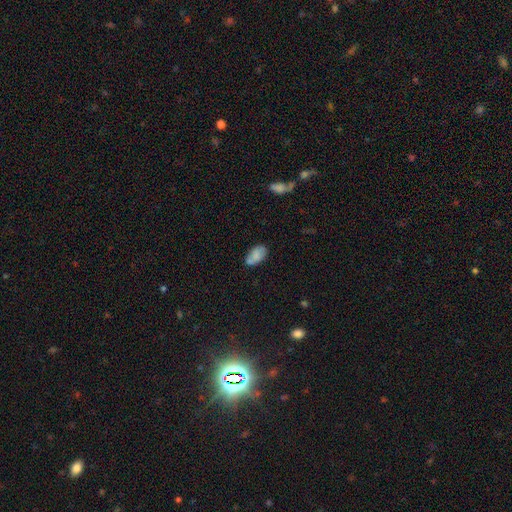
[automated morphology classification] Smooth or featured: smooth — 75% (featured or disk — 16%)
How rounded: in between — 93% (round — 5%)
Merging: none — 61% (minor disturbance — 26%)